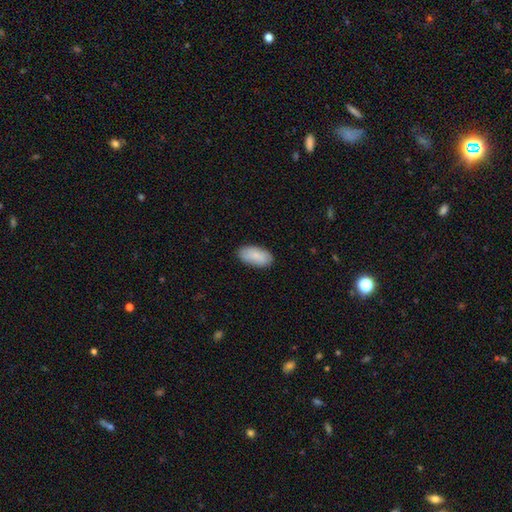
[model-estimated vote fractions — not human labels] smooth_or_featured: smooth (p=0.86) [alt: featured or disk p=0.08]
how_rounded: in between (p=0.94) [alt: cigar-shaped p=0.03]
merging: none (p=0.86) [alt: minor disturbance p=0.11]